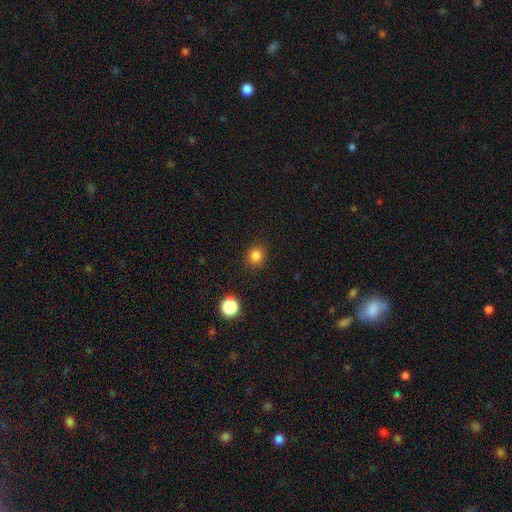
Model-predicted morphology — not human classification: Smooth or featured? smooth (82%)
How rounded? round (91%)
Merging? none (91%)